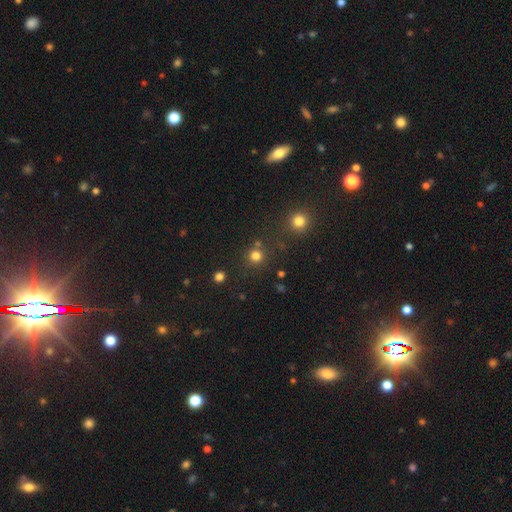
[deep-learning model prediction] Smooth or featured? smooth (78%)
How rounded? round (93%)
Merging? none (79%)